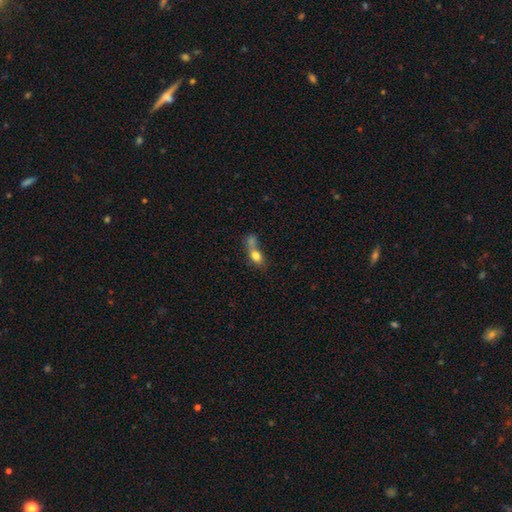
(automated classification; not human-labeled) This appears to be a smooth galaxy with no disk features (75%) that is in between round and cigar-shaped (63%). Merging: merger (58%).